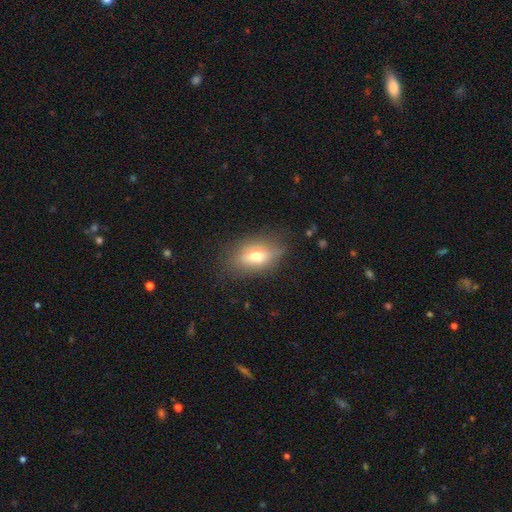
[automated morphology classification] Overall: smooth (59%; featured or disk 31%). How rounded: in between (80%). Merging: none (76%).